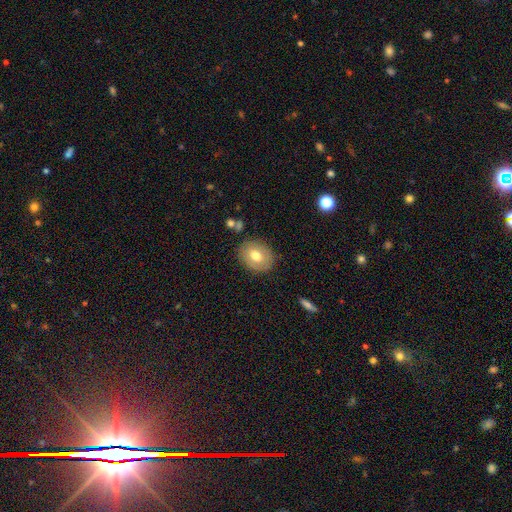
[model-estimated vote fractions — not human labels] A smooth galaxy with no disk features (69%) that is in between round and cigar-shaped (54%). Merging: none (84%).